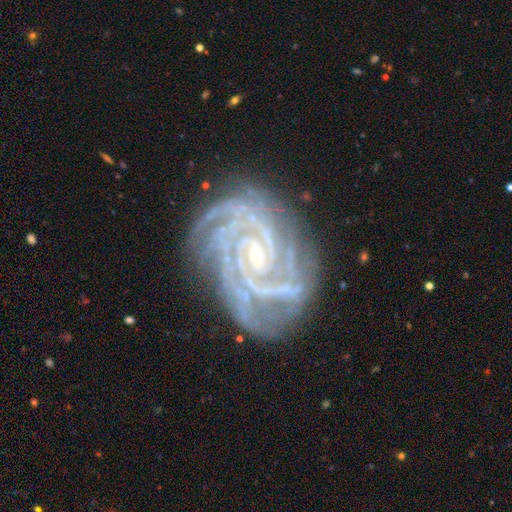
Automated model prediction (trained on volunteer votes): The model was most divided on "bar": no: 42%, weak: 37%, strong: 21%. Remaining: spiral arms — yes (99%); edge-on disk — no (98%); smooth or featured — featured or disk (91%); bulge size — small (81%); merging — none (78%); spiral winding — tight (76%); spiral arm count — 4 (26%).